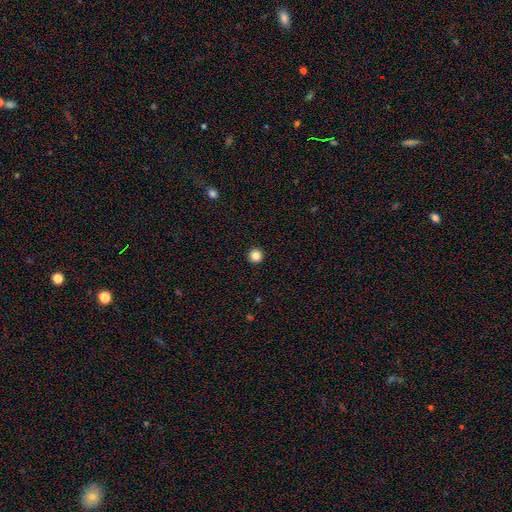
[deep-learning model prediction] Q: Smooth or featured?
A: smooth (85%); runner-up: star or artifact (11%)
Q: How rounded?
A: round (96%); runner-up: in between (3%)
Q: Merging?
A: none (94%); runner-up: minor disturbance (4%)